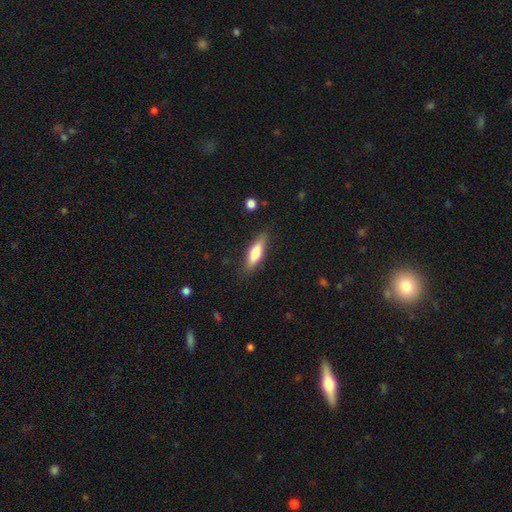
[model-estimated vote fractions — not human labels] Q: Smooth or featured?
A: smooth (68%); runner-up: featured or disk (26%)
Q: How rounded?
A: cigar-shaped (55%); runner-up: in between (43%)
Q: Merging?
A: none (83%); runner-up: minor disturbance (13%)